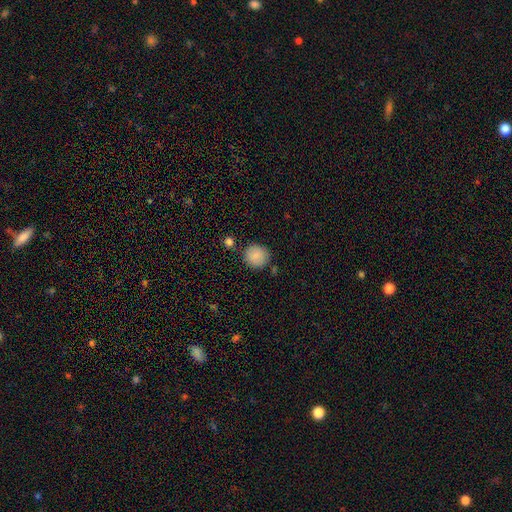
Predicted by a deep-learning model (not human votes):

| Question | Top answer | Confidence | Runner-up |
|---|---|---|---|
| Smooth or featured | smooth | 87% | star or artifact (8%) |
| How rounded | round | 91% | in between (8%) |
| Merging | none | 84% | minor disturbance (9%) |